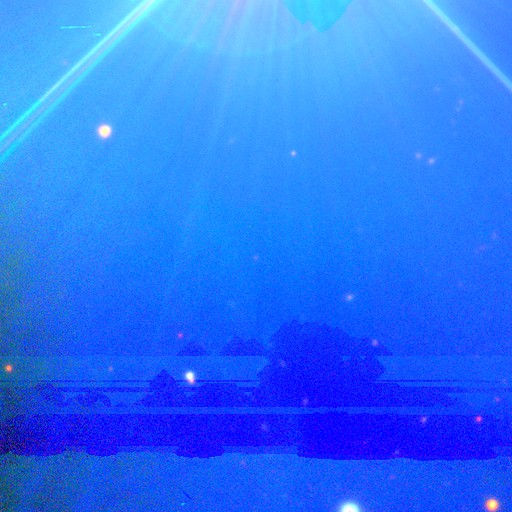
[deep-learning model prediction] star or artifact 79%, smooth 11%, featured or disk 10%.